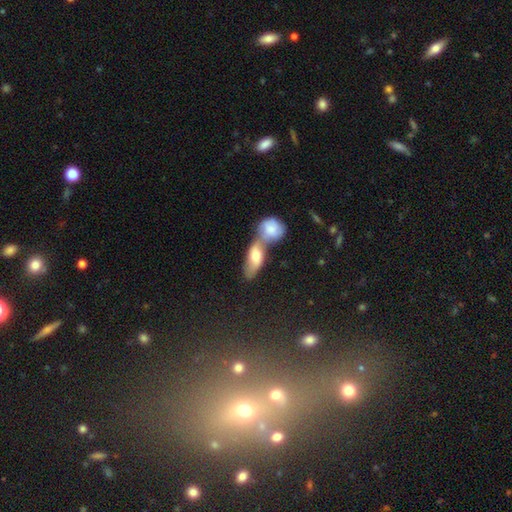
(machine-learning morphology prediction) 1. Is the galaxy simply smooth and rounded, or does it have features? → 62% smooth, 30% featured or disk, 7% star or artifact.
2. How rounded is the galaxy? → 79% in between, 14% cigar-shaped, 8% round.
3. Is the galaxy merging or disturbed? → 68% merger, 19% none, 8% minor disturbance, 5% major disturbance.